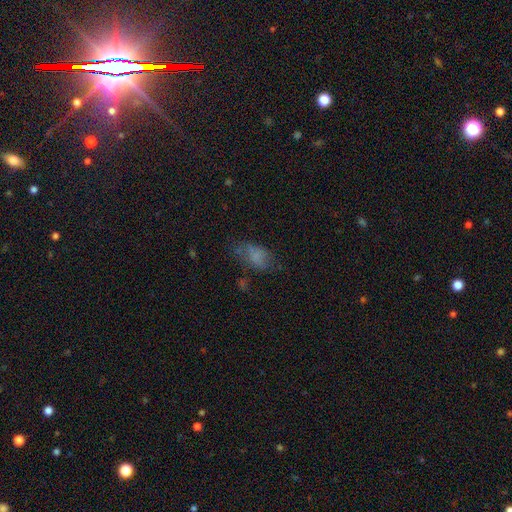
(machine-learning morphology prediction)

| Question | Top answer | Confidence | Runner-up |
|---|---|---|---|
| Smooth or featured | smooth | 65% | featured or disk (22%) |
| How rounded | in between | 88% | round (7%) |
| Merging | none | 47% | minor disturbance (27%) |